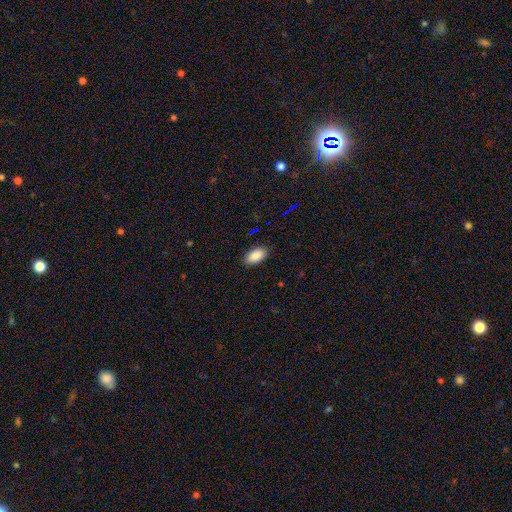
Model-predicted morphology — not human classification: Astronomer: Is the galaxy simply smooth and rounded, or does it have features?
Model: smooth — 90%.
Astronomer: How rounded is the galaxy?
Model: in between — 94%.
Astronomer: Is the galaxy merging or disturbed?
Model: none — 88%.